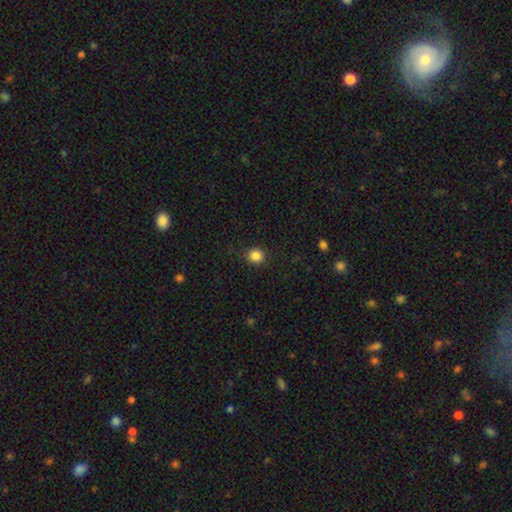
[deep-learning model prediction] Smooth or featured? Predicted: smooth (p=0.85). How rounded? Predicted: round (p=0.87). Merging? Predicted: none (p=0.89).